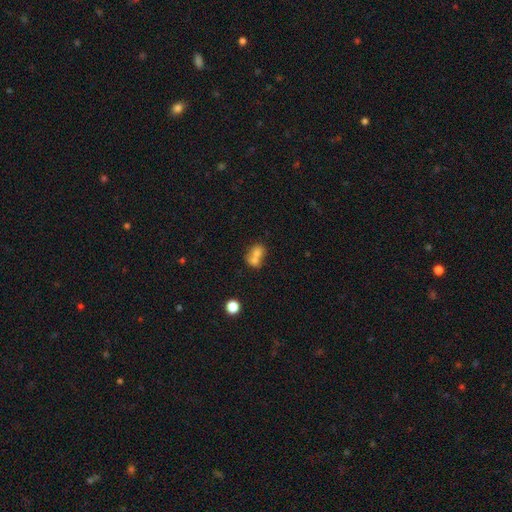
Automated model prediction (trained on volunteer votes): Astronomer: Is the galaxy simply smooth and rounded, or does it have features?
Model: smooth — 69%.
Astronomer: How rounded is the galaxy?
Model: round — 55% (runner-up: in between, 43%).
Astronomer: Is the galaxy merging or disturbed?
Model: merger — 70%.